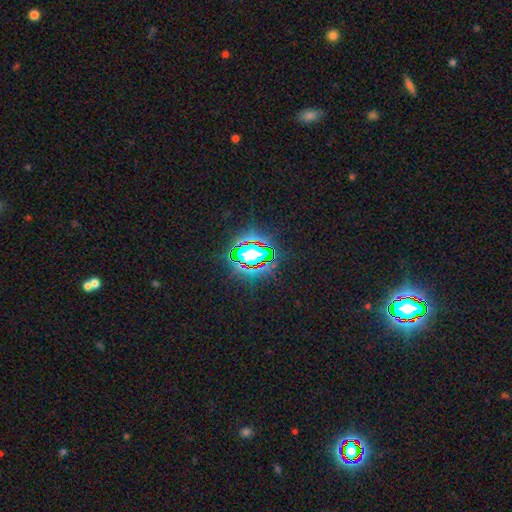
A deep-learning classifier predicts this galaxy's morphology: Smooth or featured? Predicted: star or artifact (p=0.83).